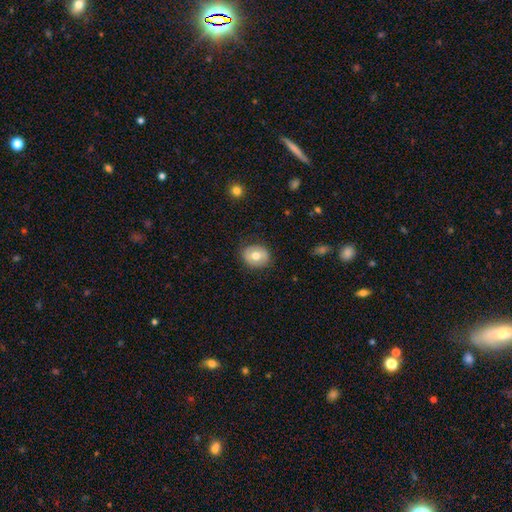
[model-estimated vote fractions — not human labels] Smooth or featured? Predicted: smooth (p=0.69). How rounded? Predicted: round (p=0.58). Merging? Predicted: none (p=0.83).